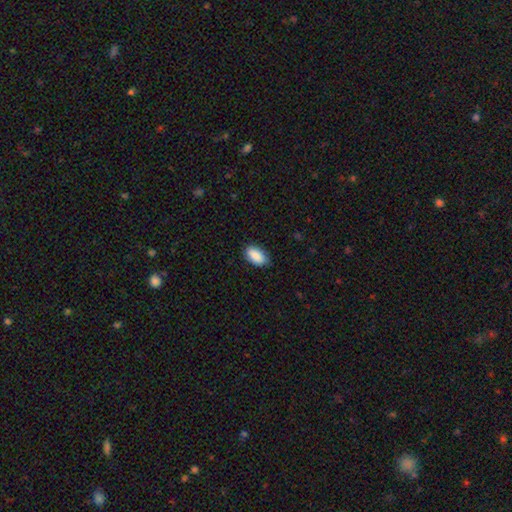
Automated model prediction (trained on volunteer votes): A smooth galaxy with no disk features (89%) that is in between round and cigar-shaped (93%). Merging: none (82%).